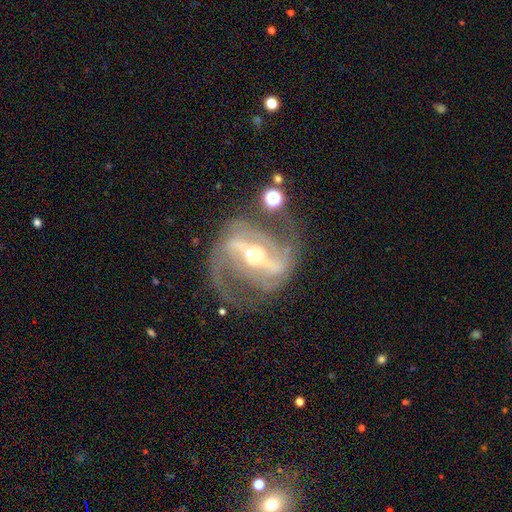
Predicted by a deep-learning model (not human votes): smooth_or_featured: featured or disk (p=0.90) [alt: star or artifact p=0.06]
disk_edge_on: no (p=0.97) [alt: yes p=0.03]
bar: strong (p=0.56) [alt: weak p=0.27]
has_spiral_arms: yes (p=0.97) [alt: no p=0.03]
spiral_winding: medium (p=0.53) [alt: tight p=0.27]
spiral_arm_count: 2 (p=0.58) [alt: 3 p=0.22]
bulge_size: small (p=0.57) [alt: moderate p=0.38]
merging: none (p=0.60) [alt: major disturbance p=0.17]